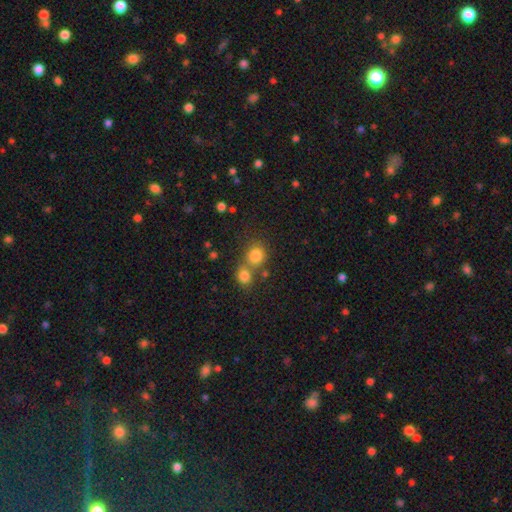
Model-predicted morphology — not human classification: smooth 80%, star or artifact 12%, featured or disk 7%. Down the decision tree: how rounded — round (82%); merging — none (50%).